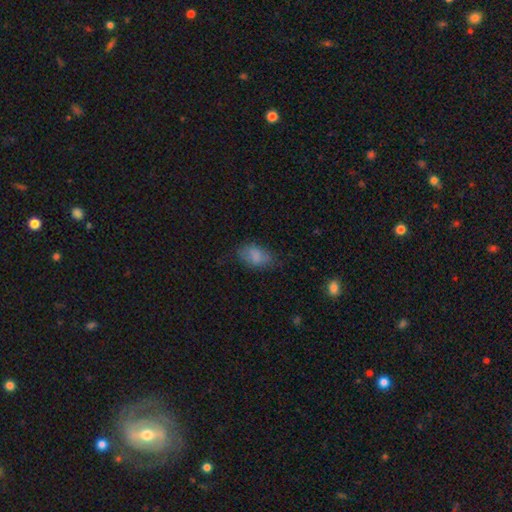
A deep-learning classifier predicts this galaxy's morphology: Smooth or featured?
  - smooth: 79% *
  - featured or disk: 12%
  - star or artifact: 9%
How rounded?
  - in between: 90% *
  - round: 8%
  - cigar-shaped: 2%
Merging?
  - none: 58% *
  - minor disturbance: 28%
  - major disturbance: 12%
  - merger: 2%